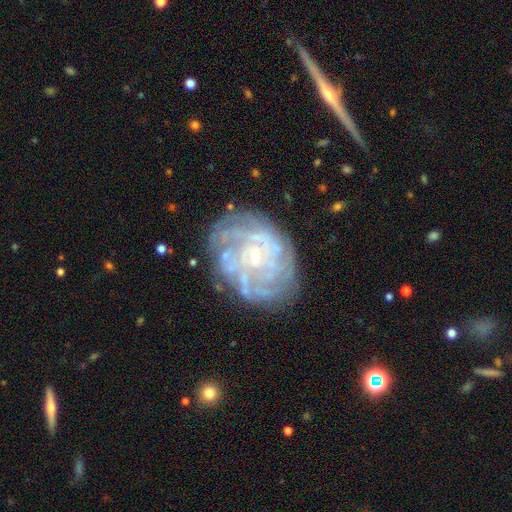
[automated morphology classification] Smooth or featured? featured or disk (82%)
Edge-on disk? no (97%)
Bar? no (74%)
Spiral arms? yes (87%)
Spiral winding? tight (71%)
Spiral arm count? can't tell (43%)
Bulge size? small (80%)
Merging? none (73%)